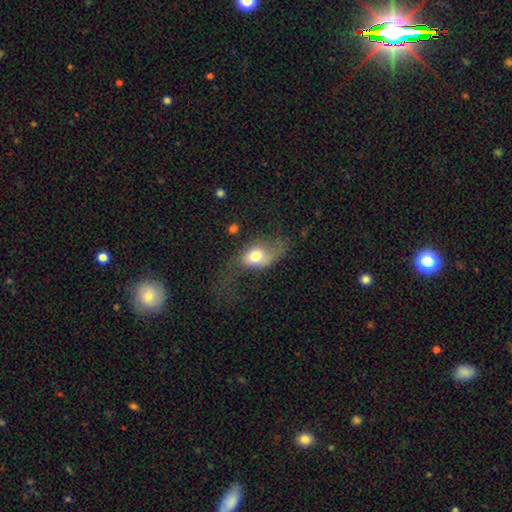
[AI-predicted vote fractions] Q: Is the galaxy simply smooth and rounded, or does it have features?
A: smooth — 59%.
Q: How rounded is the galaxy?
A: in between — 78%.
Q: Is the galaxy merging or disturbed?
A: major disturbance — 43%.